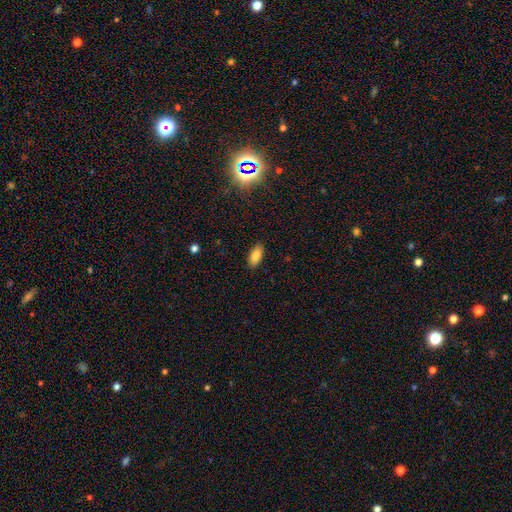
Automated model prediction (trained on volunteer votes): This appears to be a smooth galaxy with no disk features (85%) that is in between round and cigar-shaped (89%). Merging: none (88%).